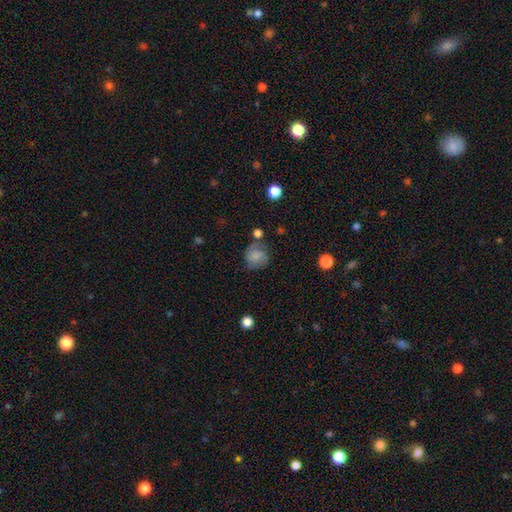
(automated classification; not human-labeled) Overall: smooth (66%). How rounded: round (81%). Merging: none (61%; minor disturbance 23%).